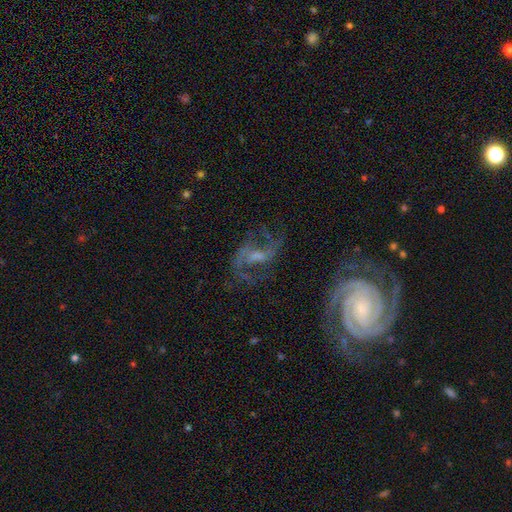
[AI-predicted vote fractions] smooth_or_featured: featured or disk (p=0.80) [alt: star or artifact p=0.10]
disk_edge_on: no (p=0.96) [alt: yes p=0.04]
bar: weak (p=0.50) [alt: no p=0.29]
has_spiral_arms: yes (p=0.91) [alt: no p=0.09]
spiral_winding: loose (p=0.49) [alt: medium p=0.41]
spiral_arm_count: 2 (p=0.80) [alt: can't tell p=0.08]
bulge_size: small (p=0.39) [alt: moderate p=0.30]
merging: none (p=0.56) [alt: major disturbance p=0.23]